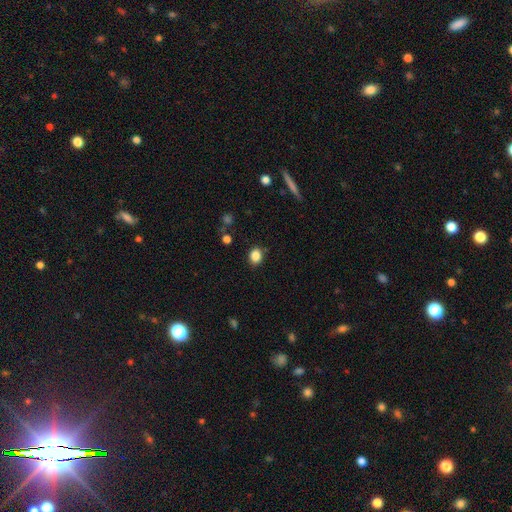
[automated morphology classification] Smooth or featured?
  - smooth: 86% *
  - star or artifact: 10%
  - featured or disk: 4%
How rounded?
  - round: 50% *
  - in between: 49%
  - cigar-shaped: 1%
Merging?
  - none: 86% *
  - minor disturbance: 10%
  - major disturbance: 3%
  - merger: 2%